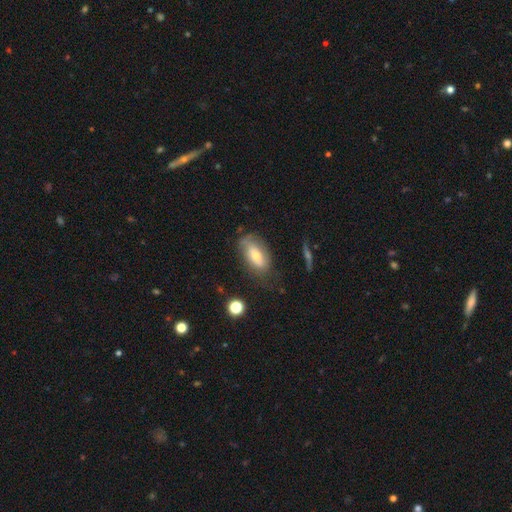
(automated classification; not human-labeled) This is possibly a smooth galaxy (57%). How rounded: clearly in between (88%). Merging: likely none (62%).